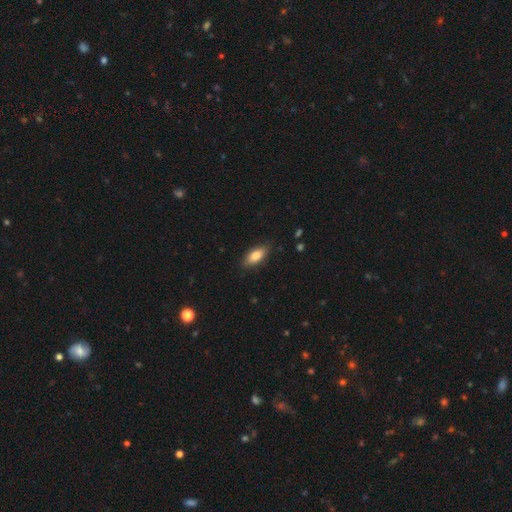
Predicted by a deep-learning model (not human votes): A smooth galaxy with no disk features (81%) that is in between round and cigar-shaped (82%). Merging: none (85%).